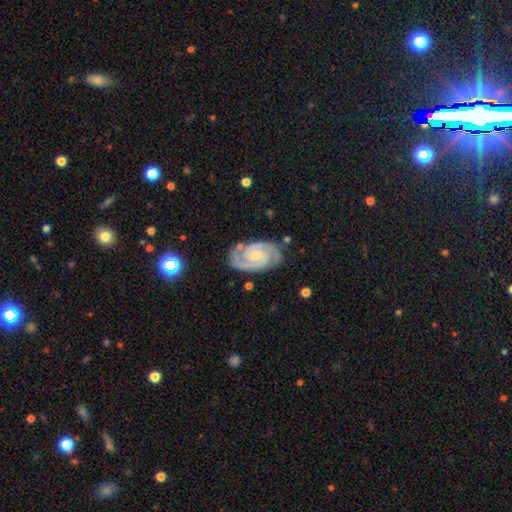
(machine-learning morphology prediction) Smooth or featured?
  - featured or disk: 92% *
  - star or artifact: 4%
  - smooth: 4%
Edge-on disk?
  - no: 98% *
  - yes: 2%
Bar?
  - no: 54% *
  - weak: 34%
  - strong: 12%
Spiral arms?
  - yes: 99% *
  - no: 1%
Spiral winding?
  - tight: 65% *
  - medium: 31%
  - loose: 3%
Spiral arm count?
  - 2: 91% *
  - 3: 4%
  - can't tell: 2%
  - 4: 1%
  - 1: 1%
  - more than 4: 1%
Bulge size?
  - small: 62% *
  - moderate: 27%
  - none: 8%
  - large: 2%
  - dominant: 1%
Merging?
  - none: 82% *
  - minor disturbance: 13%
  - major disturbance: 3%
  - merger: 2%